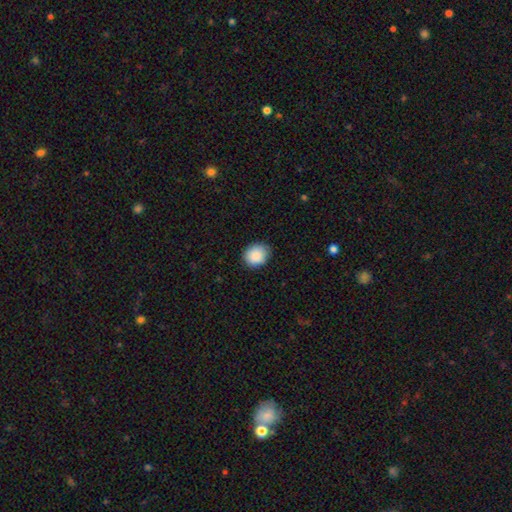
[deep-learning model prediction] A smooth galaxy with no disk features (89%) that is round (73%). Merging: none (86%).